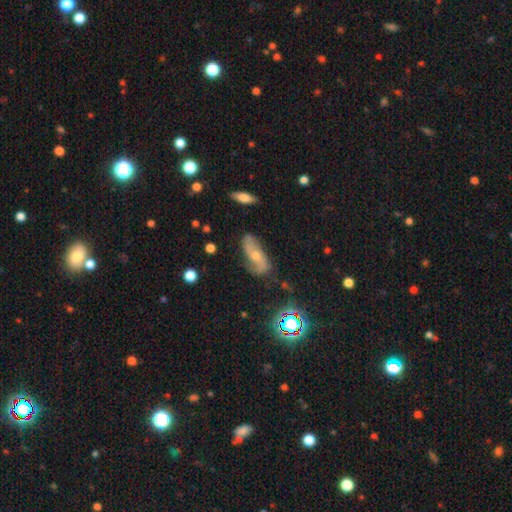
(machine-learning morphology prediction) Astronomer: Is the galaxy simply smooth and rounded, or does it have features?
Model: featured or disk — 63%.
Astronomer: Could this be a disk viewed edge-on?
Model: no — 87%.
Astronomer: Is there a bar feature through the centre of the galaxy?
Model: no — 61%.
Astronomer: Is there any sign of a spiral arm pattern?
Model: yes — 86%.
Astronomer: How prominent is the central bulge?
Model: small — 49% (runner-up: moderate, 44%).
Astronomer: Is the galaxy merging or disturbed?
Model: none — 62%.